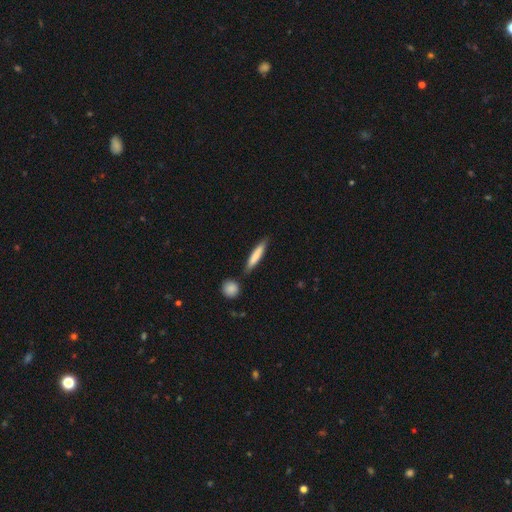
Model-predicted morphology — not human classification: This is likely a smooth galaxy (77%). How rounded: clearly cigar-shaped (89%). Merging: clearly none (81%).